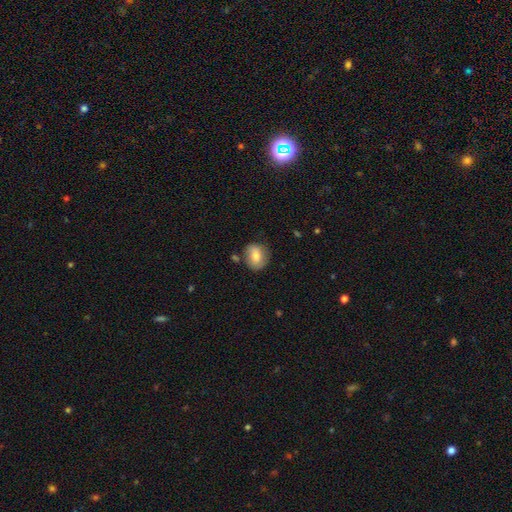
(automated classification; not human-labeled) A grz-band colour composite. It shows a smooth galaxy with no disk features (72%) that is round (61%). Merging: none (71%).